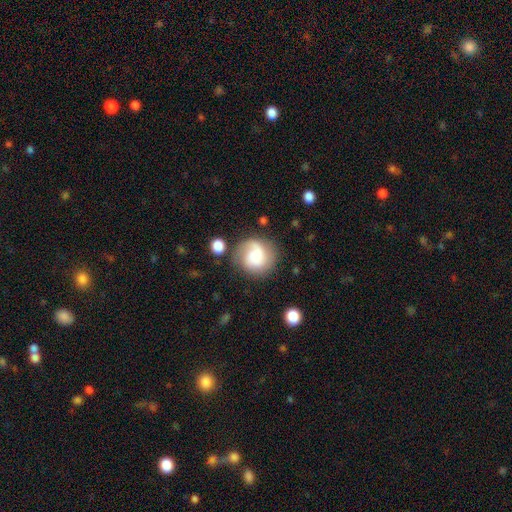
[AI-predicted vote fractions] Q: Smooth or featured?
A: smooth (50%); runner-up: featured or disk (41%)
Q: How rounded?
A: round (85%); runner-up: in between (14%)
Q: Merging?
A: none (62%); runner-up: minor disturbance (20%)